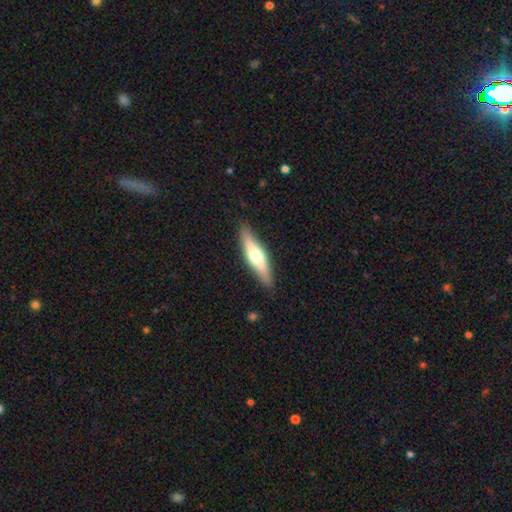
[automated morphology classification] Smooth or featured: featured or disk — 48% (smooth — 47%)
Merging: none — 88% (minor disturbance — 9%)